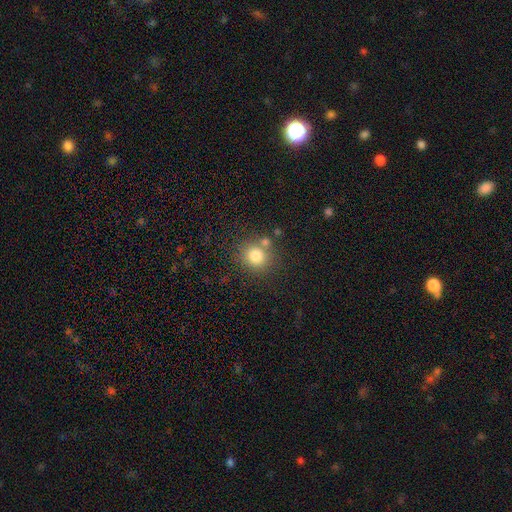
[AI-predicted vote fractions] This is likely a smooth galaxy (80%). How rounded: clearly round (83%). Merging: likely none (72%).